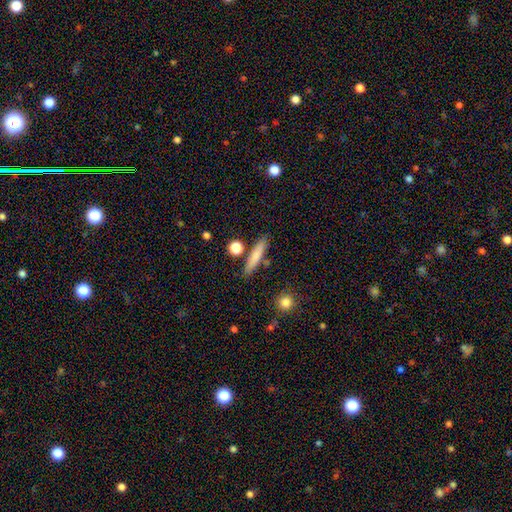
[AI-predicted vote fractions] Overall: smooth (76%). How rounded: cigar-shaped (87%). Merging: none (83%).